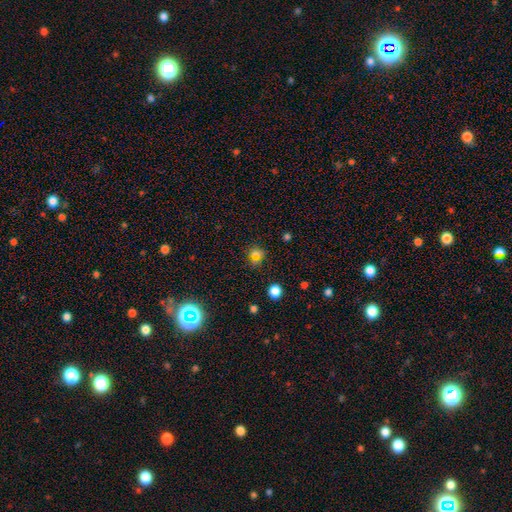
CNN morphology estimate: smooth-or-featured: smooth: 65% | star or artifact: 26% | featured or disk: 9%
  how-rounded: round: 83% | in between: 16% | cigar-shaped: 1%
  merging: none: 71% | minor disturbance: 13% | merger: 12% | major disturbance: 5%